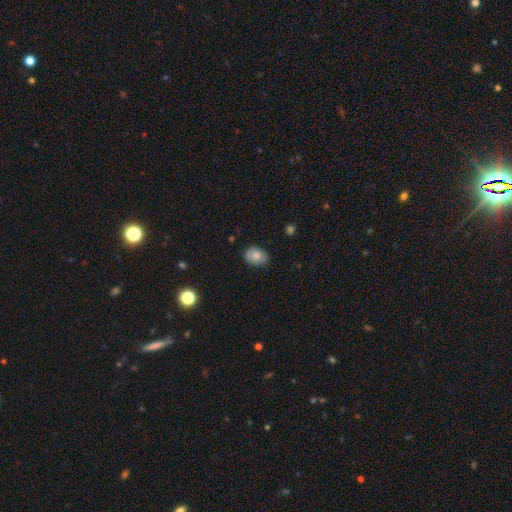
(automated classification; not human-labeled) Smooth or featured: smooth — 80% (featured or disk — 12%)
How rounded: in between — 75% (round — 24%)
Merging: none — 83% (minor disturbance — 14%)